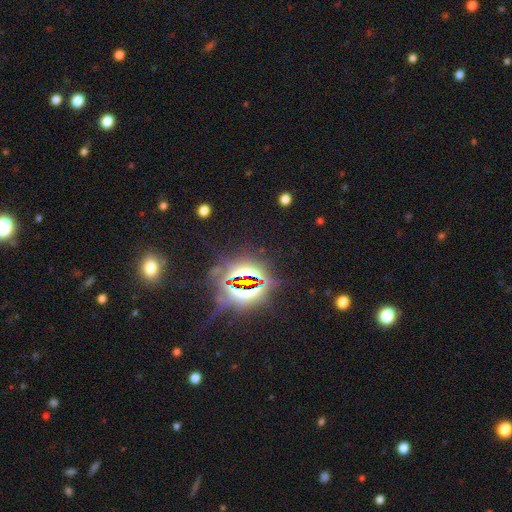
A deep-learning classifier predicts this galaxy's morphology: Smooth or featured?
  - star or artifact: 82% *
  - smooth: 11%
  - featured or disk: 8%